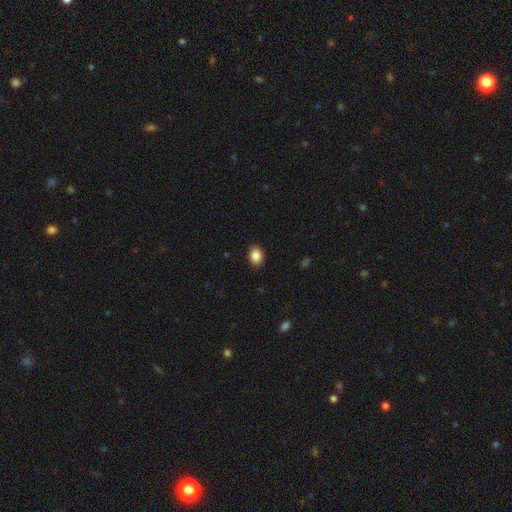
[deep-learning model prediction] Q: Smooth or featured?
A: smooth (88%); runner-up: star or artifact (8%)
Q: How rounded?
A: in between (68%); runner-up: round (31%)
Q: Merging?
A: none (90%); runner-up: minor disturbance (8%)